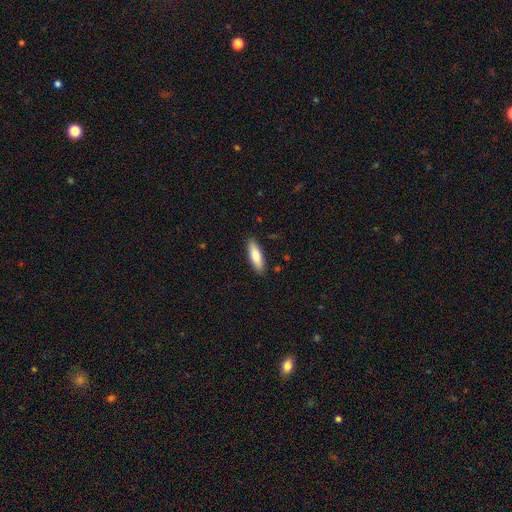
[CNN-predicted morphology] A smooth galaxy with no disk features (80%) that is cigar-shaped (50%).

Vote fractions:
- Smooth or featured? smooth: 80% / featured or disk: 14% / star or artifact: 5%
- How rounded? cigar-shaped: 50% / in between: 48% / round: 2%
- Merging? none: 88% / minor disturbance: 9% / major disturbance: 2% / merger: 1%